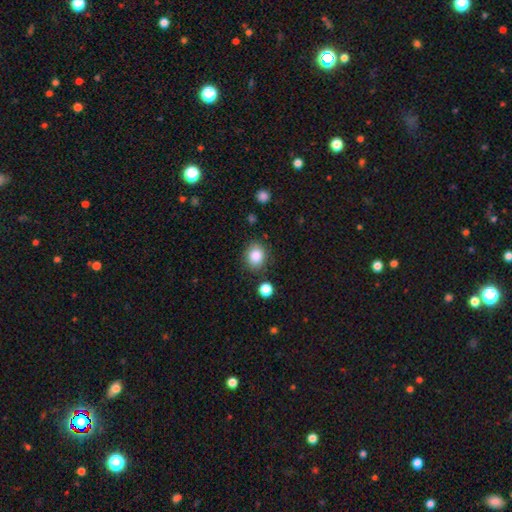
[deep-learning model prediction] Smooth or featured? smooth (86%)
How rounded? round (69%)
Merging? none (82%)